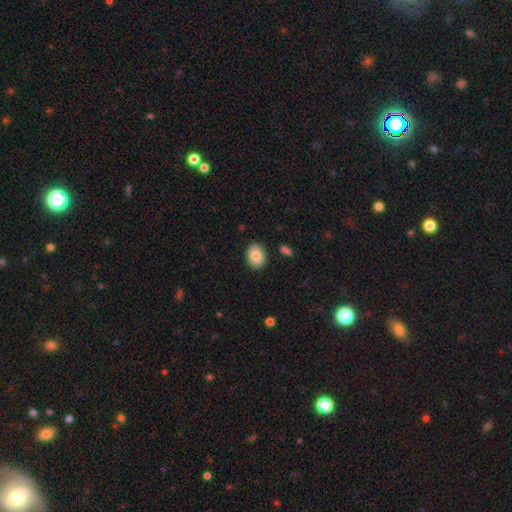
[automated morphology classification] Q: Smooth or featured?
A: smooth (84%); runner-up: featured or disk (9%)
Q: How rounded?
A: in between (63%); runner-up: round (36%)
Q: Merging?
A: none (87%); runner-up: minor disturbance (9%)